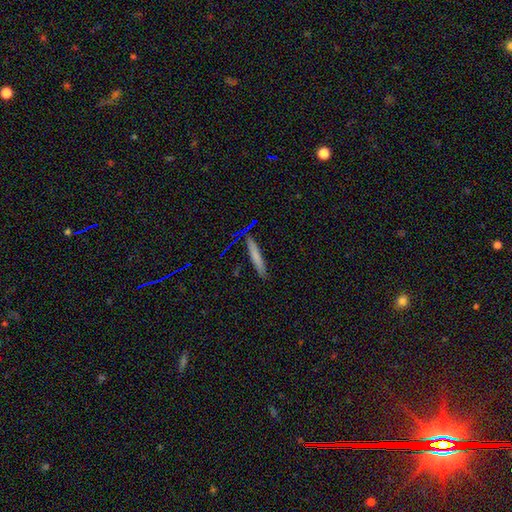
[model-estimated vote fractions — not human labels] Morphology: type=smooth (70%); roundness=cigar-shaped (94%); merging=none (82%).